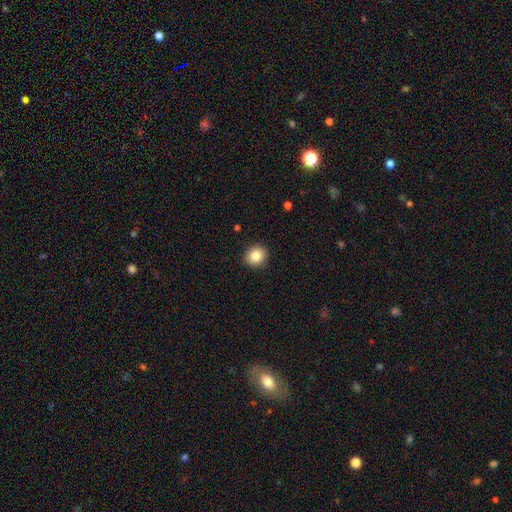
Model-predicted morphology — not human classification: smooth-or-featured: smooth: 83% | star or artifact: 9% | featured or disk: 7%
  how-rounded: round: 86% | in between: 13% | cigar-shaped: 1%
  merging: none: 92% | minor disturbance: 6% | major disturbance: 2% | merger: 1%